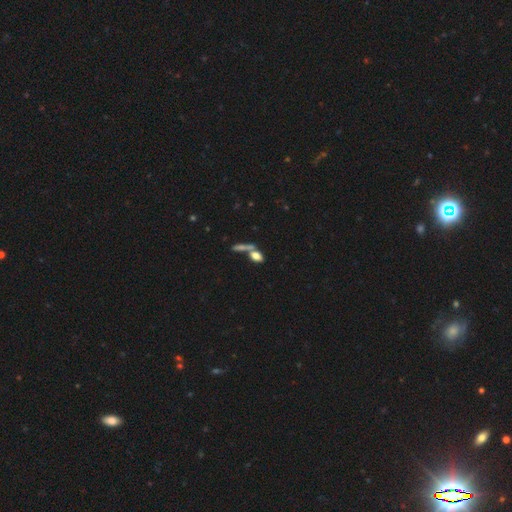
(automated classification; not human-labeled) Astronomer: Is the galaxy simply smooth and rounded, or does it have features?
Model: smooth — 72%.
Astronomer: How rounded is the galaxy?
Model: in between — 71%.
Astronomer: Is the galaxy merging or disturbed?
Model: none — 43% (runner-up: merger, 42%).